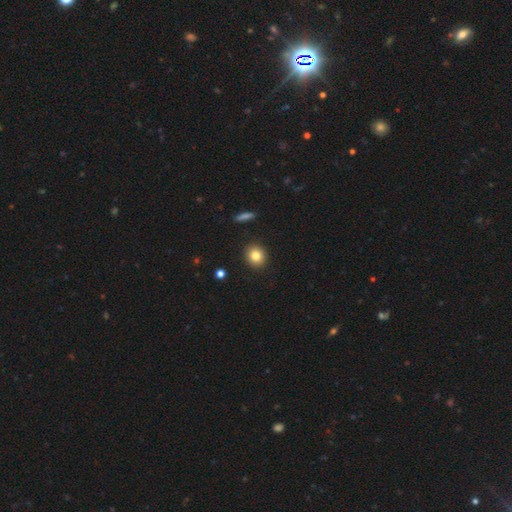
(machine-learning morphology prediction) The model was most divided on "how rounded": round: 80%, in between: 19%, cigar-shaped: 1%. More confident: merging — none (92%); smooth or featured — smooth (83%).